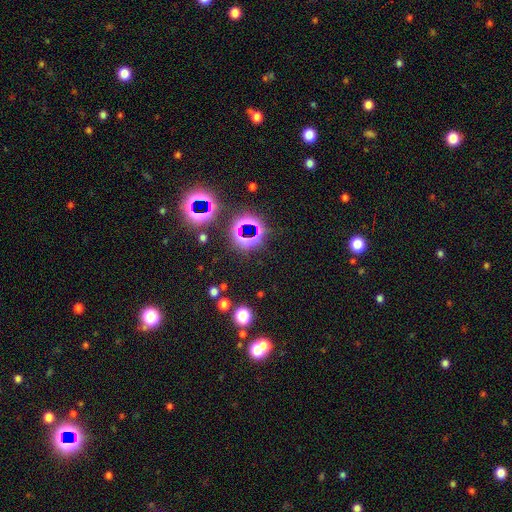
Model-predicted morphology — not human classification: Smooth or featured?
  - star or artifact: 81% *
  - smooth: 11%
  - featured or disk: 9%